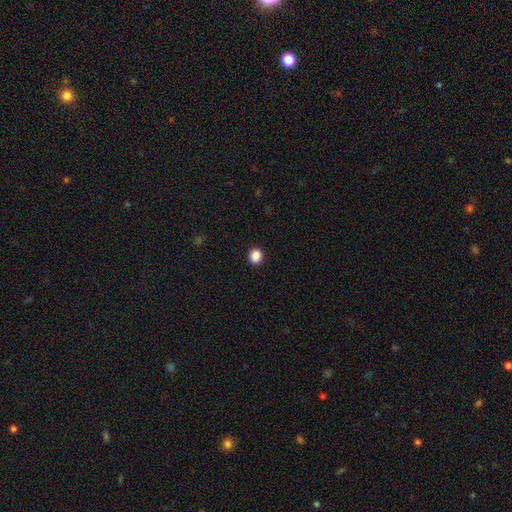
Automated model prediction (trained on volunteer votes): Smooth or featured? smooth (88%)
How rounded? round (84%)
Merging? none (93%)